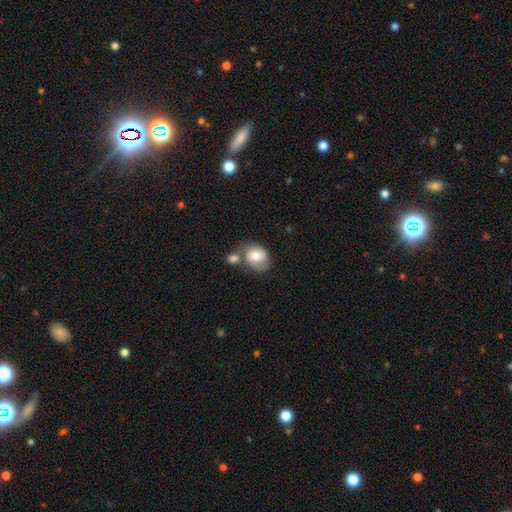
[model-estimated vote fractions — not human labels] Smooth or featured?
  - smooth: 69% *
  - featured or disk: 24%
  - star or artifact: 7%
How rounded?
  - in between: 55% *
  - round: 44%
  - cigar-shaped: 1%
Merging?
  - merger: 40% *
  - none: 34%
  - minor disturbance: 18%
  - major disturbance: 8%